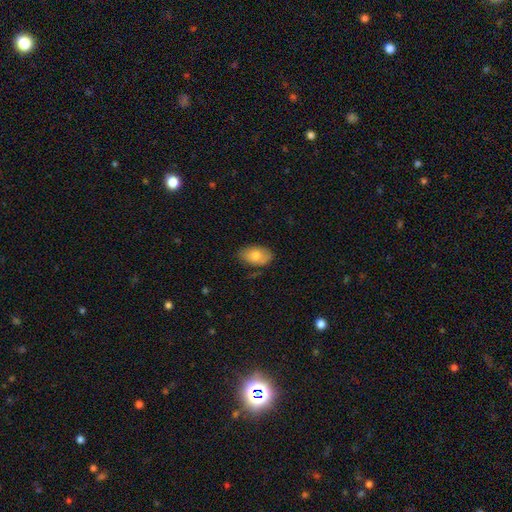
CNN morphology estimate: A smooth galaxy with no disk features (75%) that is in between round and cigar-shaped (92%).

Vote fractions:
- Smooth or featured? smooth: 75% / featured or disk: 18% / star or artifact: 7%
- How rounded? in between: 92% / round: 7% / cigar-shaped: 1%
- Merging? none: 78% / minor disturbance: 18% / major disturbance: 3% / merger: 1%